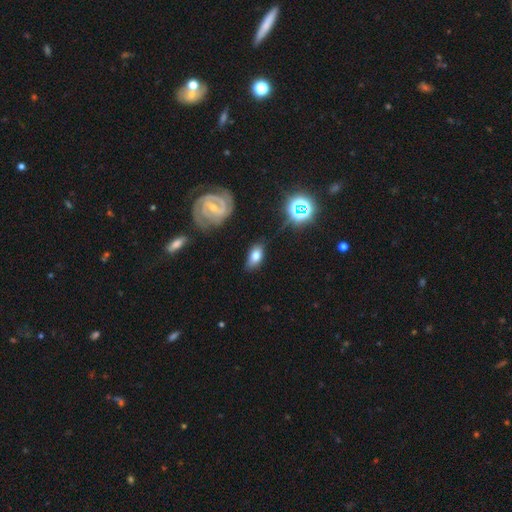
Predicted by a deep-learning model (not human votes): Overall: smooth (61%; featured or disk 27%). How rounded: in between (87%). Merging: none (73%).